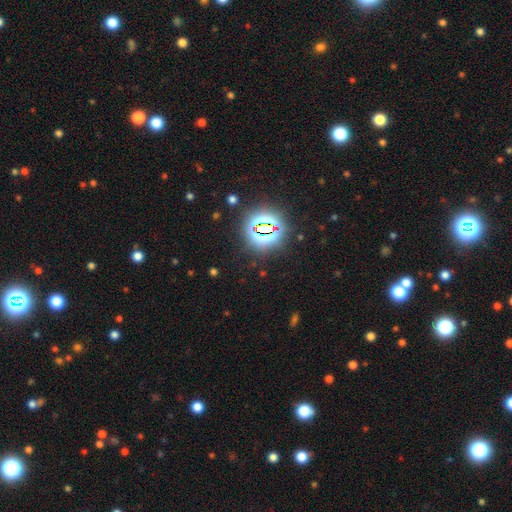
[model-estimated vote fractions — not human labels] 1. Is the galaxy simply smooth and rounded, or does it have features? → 80% star or artifact, 13% smooth, 7% featured or disk.